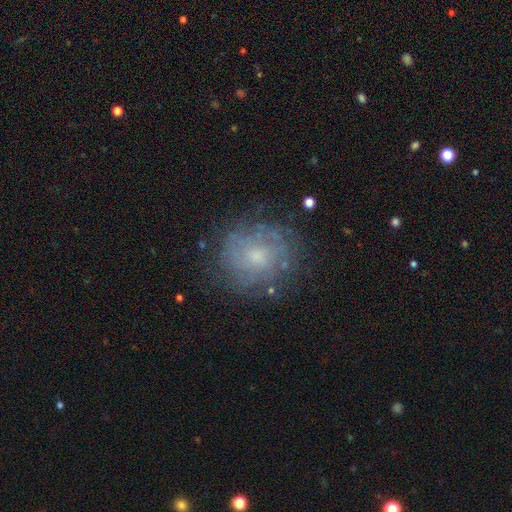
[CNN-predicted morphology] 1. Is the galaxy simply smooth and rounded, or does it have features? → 55% featured or disk, 35% smooth, 11% star or artifact.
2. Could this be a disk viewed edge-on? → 97% no, 3% yes.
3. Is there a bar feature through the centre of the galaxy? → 77% no, 20% weak, 3% strong.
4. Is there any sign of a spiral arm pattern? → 59% yes, 41% no.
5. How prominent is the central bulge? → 46% small, 42% moderate, 8% none, 3% large, 1% dominant.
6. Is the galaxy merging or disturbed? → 72% none, 17% minor disturbance, 9% major disturbance, 2% merger.